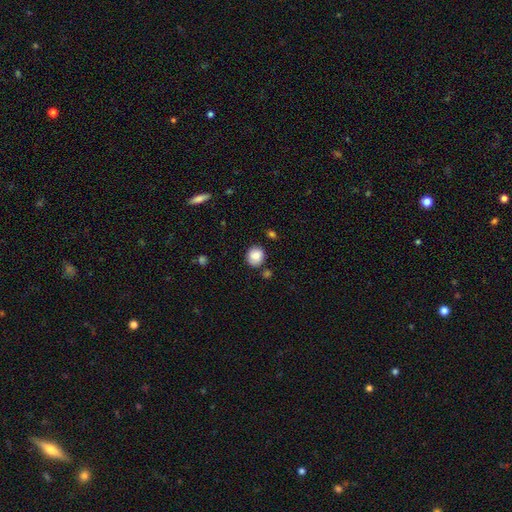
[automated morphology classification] This is clearly a smooth galaxy (83%). How rounded: likely round (75%). Merging: likely none (77%).